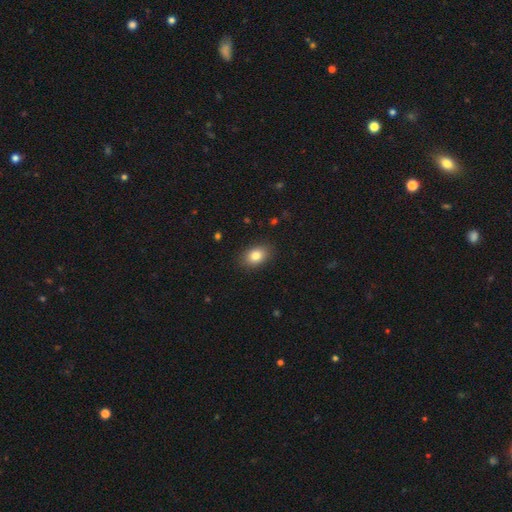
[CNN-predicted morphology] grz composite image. It shows a smooth galaxy with no disk features (83%) that is in between round and cigar-shaped (77%). Merging: none (87%).